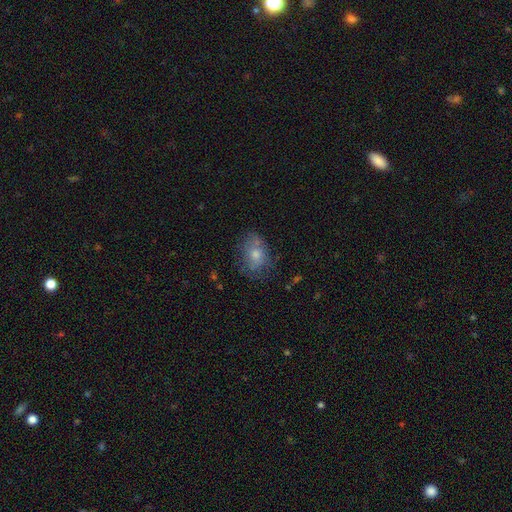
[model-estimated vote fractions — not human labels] Overall: smooth (60%; featured or disk 28%). How rounded: in between (67%; round 31%). Merging: none (65%).